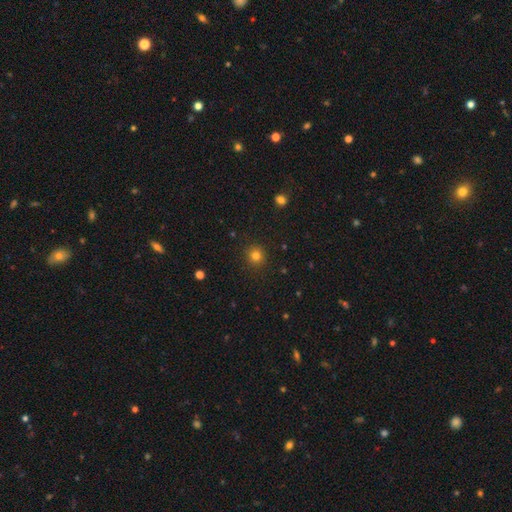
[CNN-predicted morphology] smooth 80%, star or artifact 15%, featured or disk 5%. Down the decision tree: how rounded — round (93%); merging — none (91%).